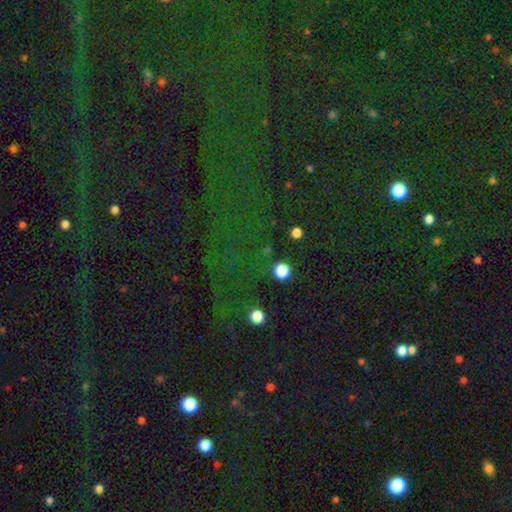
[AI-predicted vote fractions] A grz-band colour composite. It shows a star or artifact, not a galaxy (77%).